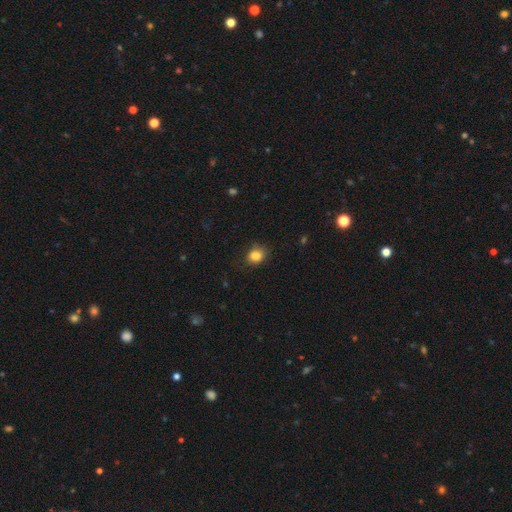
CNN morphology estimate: This appears to be a smooth galaxy with no disk features (84%) that is round (62%). Merging: none (76%).